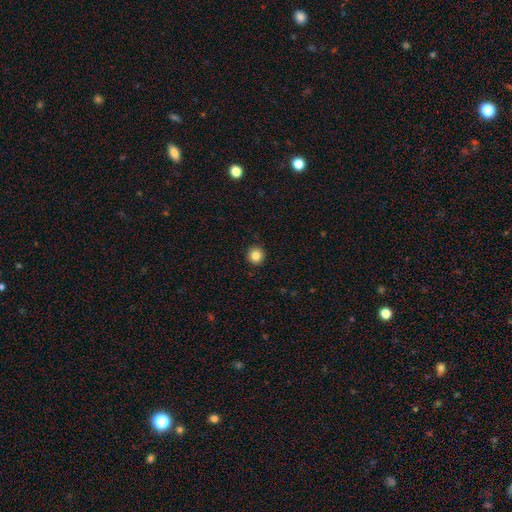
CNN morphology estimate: type=smooth (85%); roundness=round (95%); merging=none (93%).